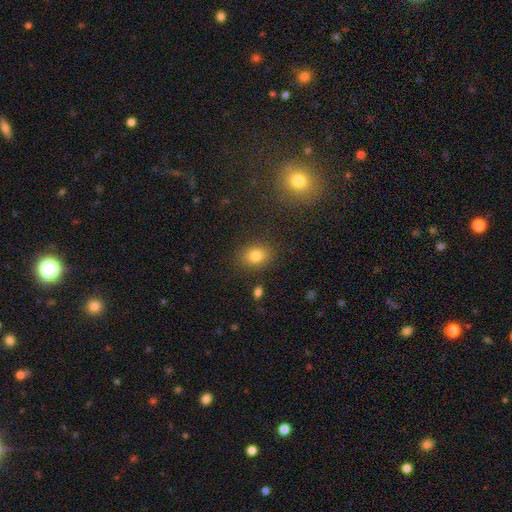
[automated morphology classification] type=smooth (81%); roundness=in between (52%); merging=none (85%).